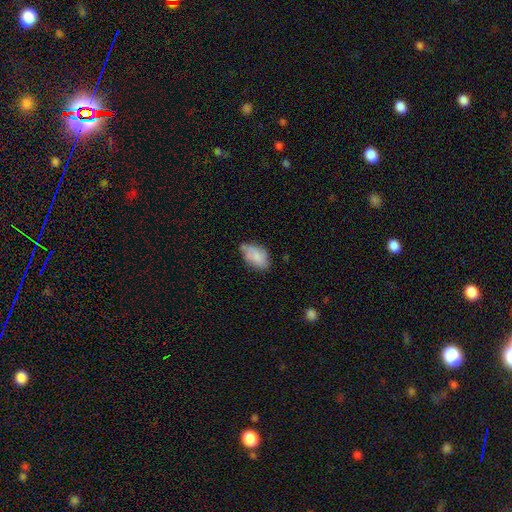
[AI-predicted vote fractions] This is likely a smooth galaxy (77%). How rounded: clearly in between (93%). Merging: possibly none (50%).